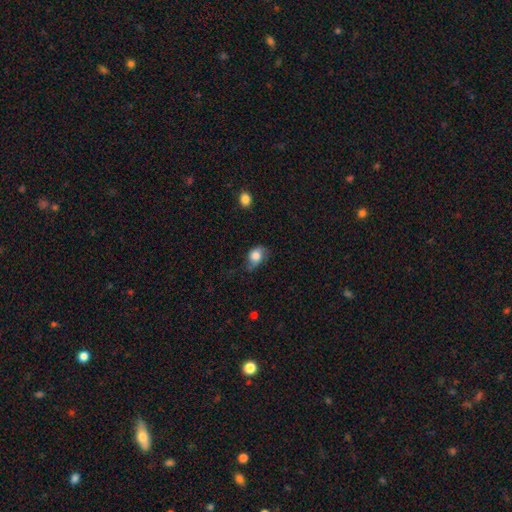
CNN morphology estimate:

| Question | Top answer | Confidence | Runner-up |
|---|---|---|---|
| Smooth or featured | smooth | 77% | featured or disk (15%) |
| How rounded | in between | 63% | round (36%) |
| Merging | none | 45% | minor disturbance (37%) |